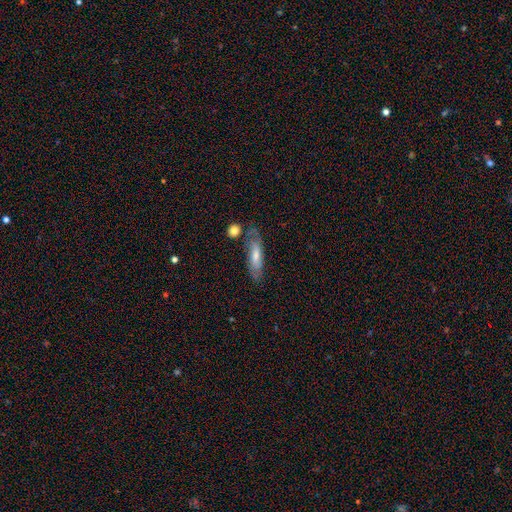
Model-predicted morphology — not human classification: smooth_or_featured: smooth (p=0.52) [alt: featured or disk p=0.42]
how_rounded: cigar-shaped (p=0.49) [alt: in between p=0.48]
merging: none (p=0.66) [alt: minor disturbance p=0.20]